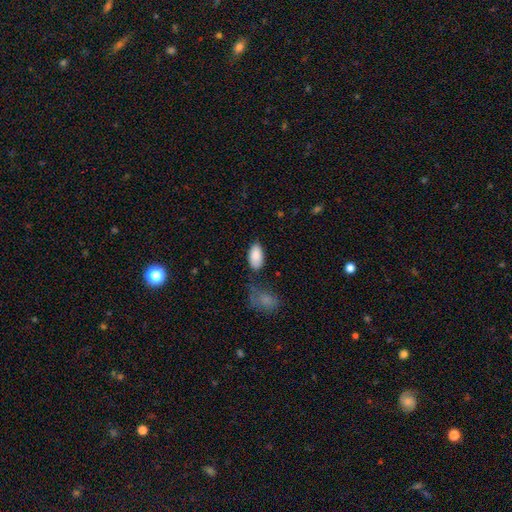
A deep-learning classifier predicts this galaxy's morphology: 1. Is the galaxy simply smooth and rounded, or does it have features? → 87% smooth, 6% featured or disk, 6% star or artifact.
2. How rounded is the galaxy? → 95% in between, 3% round, 2% cigar-shaped.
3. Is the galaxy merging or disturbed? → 72% none, 18% minor disturbance, 6% merger, 5% major disturbance.